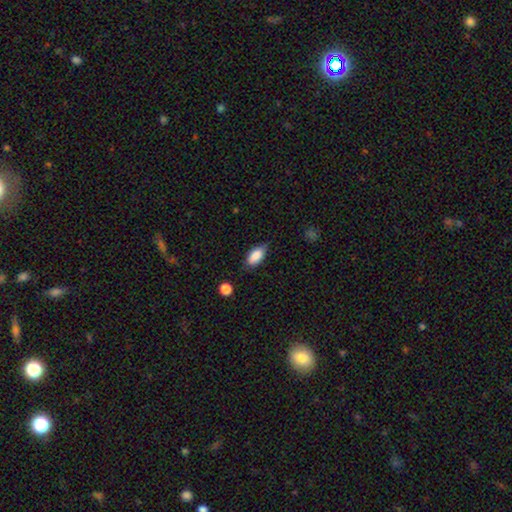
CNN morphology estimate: Overall: smooth (85%). How rounded: in between (90%). Merging: none (71%).